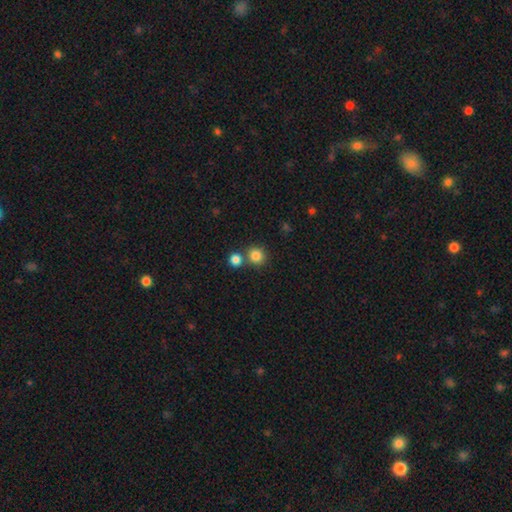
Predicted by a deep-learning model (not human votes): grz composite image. It shows a smooth galaxy with no disk features (82%) that is round (91%). Merging: none (67%).